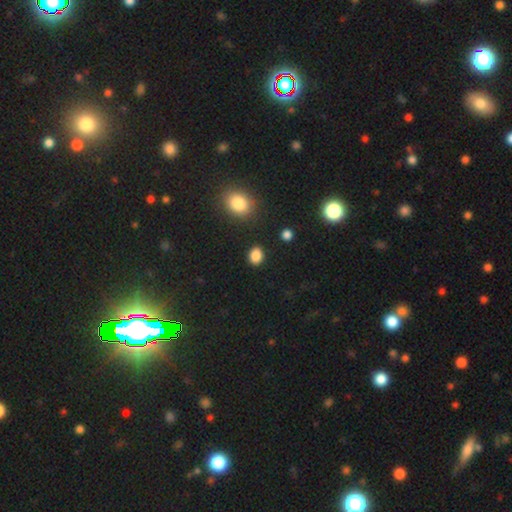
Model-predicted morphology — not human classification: A smooth galaxy with no disk features (86%) that is round (50%).

Vote fractions:
- Smooth or featured? smooth: 86% / star or artifact: 10% / featured or disk: 3%
- How rounded? round: 50% / in between: 49% / cigar-shaped: 1%
- Merging? none: 88% / minor disturbance: 8% / major disturbance: 2% / merger: 2%